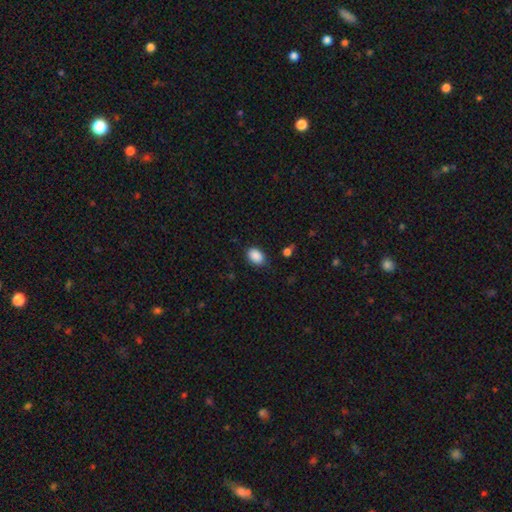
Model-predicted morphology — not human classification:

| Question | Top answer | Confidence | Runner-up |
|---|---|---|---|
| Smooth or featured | smooth | 89% | star or artifact (8%) |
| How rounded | in between | 83% | round (16%) |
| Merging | none | 84% | minor disturbance (12%) |